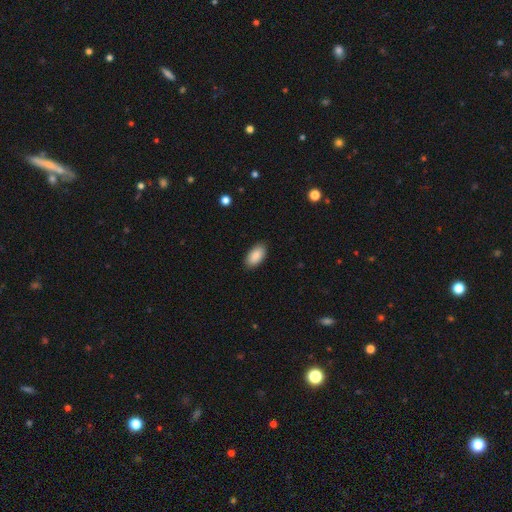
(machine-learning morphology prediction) type=smooth (89%); roundness=in between (95%); merging=none (88%).